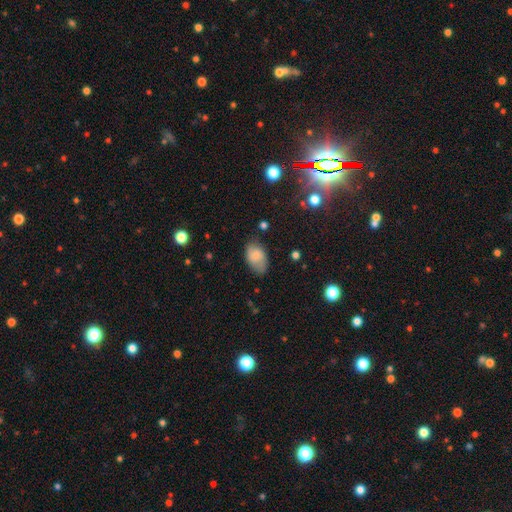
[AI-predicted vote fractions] This appears to be a smooth galaxy with no disk features (75%) that is in between round and cigar-shaped (90%). Merging: none (69%).